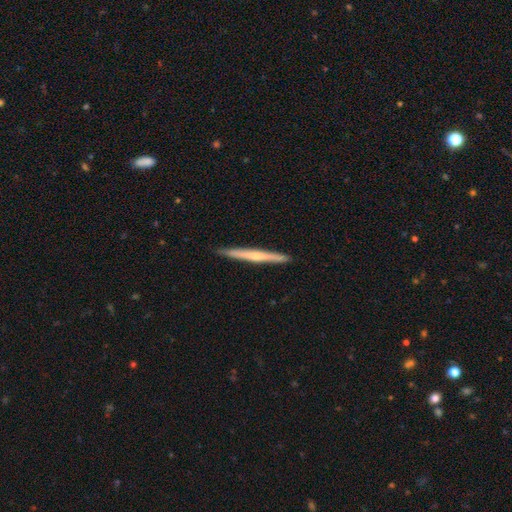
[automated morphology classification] Smooth or featured? featured or disk (56%)
Edge-on disk? yes (97%)
Edge-on bulge? rounded (50%)
Merging? none (91%)